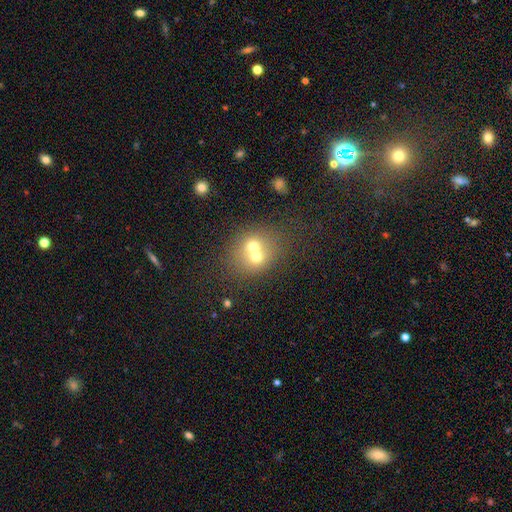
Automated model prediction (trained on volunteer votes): smooth 60%, featured or disk 26%, star or artifact 14%. Down the decision tree: how rounded — round (74%); merging — merger (61%).